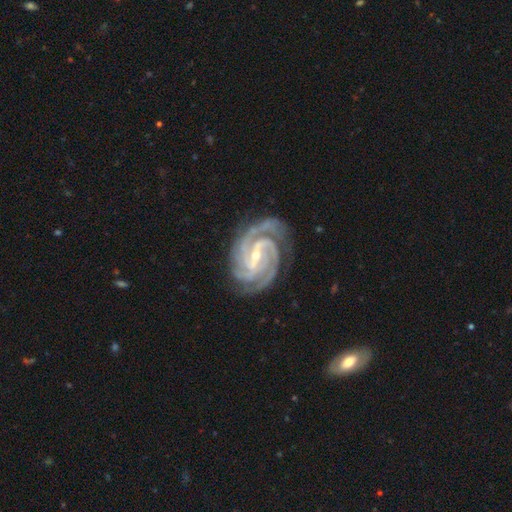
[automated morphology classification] Overall: featured or disk (94%). Edge-on disk: no (98%). Bar: strong (45%; weak 41%). Spiral arms: yes (99%). Spiral arm count: 3 (40%; 4 26%). Spiral winding: tight (68%; medium 29%). Bulge size: small (67%; moderate 31%). Merging: none (79%).